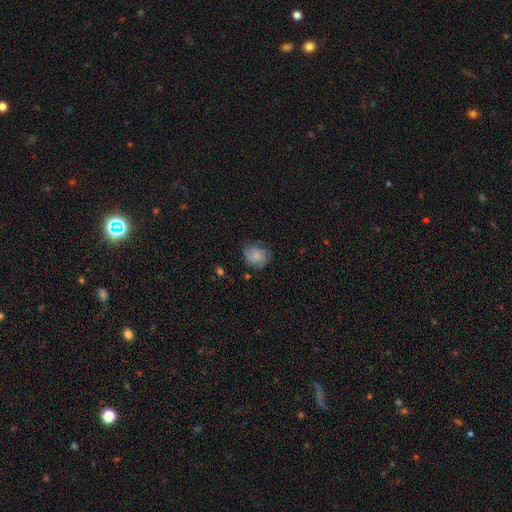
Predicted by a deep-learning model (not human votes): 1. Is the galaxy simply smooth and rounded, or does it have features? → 78% smooth, 14% featured or disk, 8% star or artifact.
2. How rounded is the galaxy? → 71% round, 28% in between, 1% cigar-shaped.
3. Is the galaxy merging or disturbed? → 69% none, 24% minor disturbance, 6% major disturbance, 2% merger.